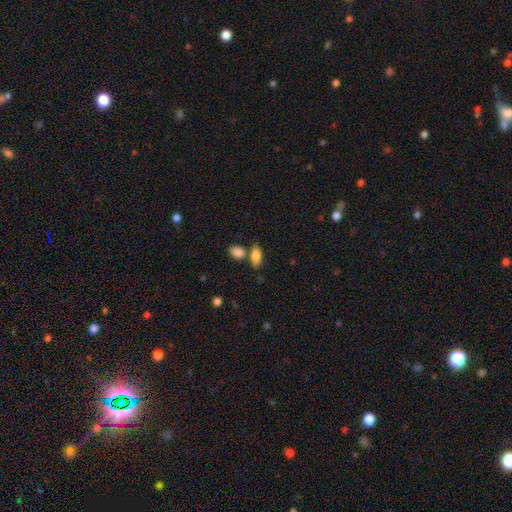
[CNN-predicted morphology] A smooth galaxy with no disk features (82%) that is in between round and cigar-shaped (83%).

Vote fractions:
- Smooth or featured? smooth: 82% / featured or disk: 11% / star or artifact: 7%
- How rounded? in between: 83% / cigar-shaped: 12% / round: 5%
- Merging? none: 63% / merger: 20% / minor disturbance: 13% / major disturbance: 4%